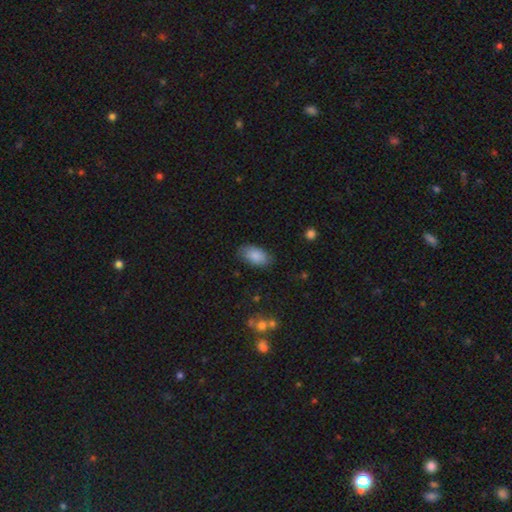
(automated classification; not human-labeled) This appears to be a smooth galaxy with no disk features (85%) that is in between round and cigar-shaped (94%). Merging: none (79%).